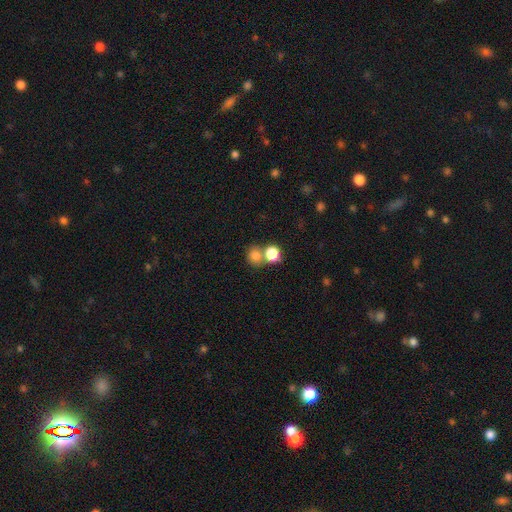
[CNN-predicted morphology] Overall: smooth (79%). How rounded: round (77%). Merging: none (48%; merger 41%).